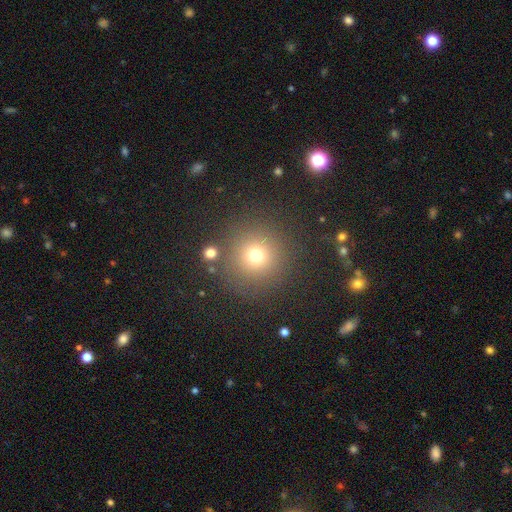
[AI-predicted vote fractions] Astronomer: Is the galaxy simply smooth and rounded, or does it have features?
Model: smooth — 71%.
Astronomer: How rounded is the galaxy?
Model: round — 94%.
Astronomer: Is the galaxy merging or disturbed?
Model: none — 83%.